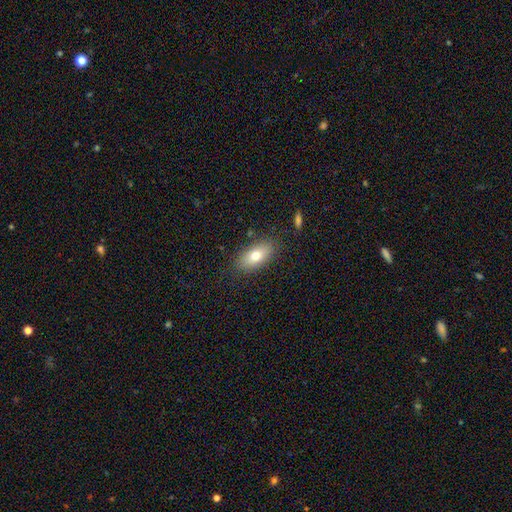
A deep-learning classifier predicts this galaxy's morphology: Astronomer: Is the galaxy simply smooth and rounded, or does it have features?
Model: smooth — 73%.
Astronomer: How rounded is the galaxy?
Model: in between — 86%.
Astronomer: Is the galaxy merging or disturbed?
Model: none — 84%.